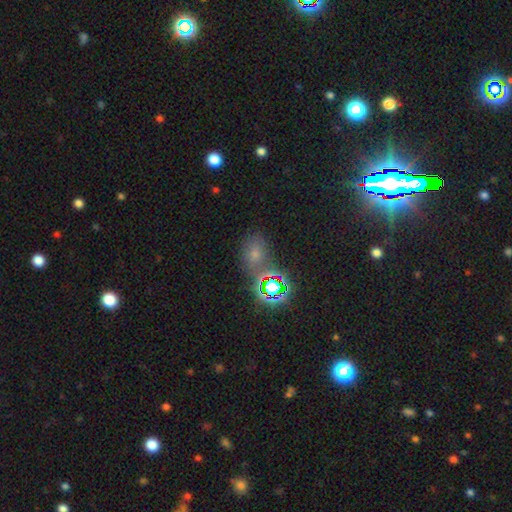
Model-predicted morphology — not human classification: Smooth or featured?
  - star or artifact: 45% *
  - smooth: 43%
  - featured or disk: 11%